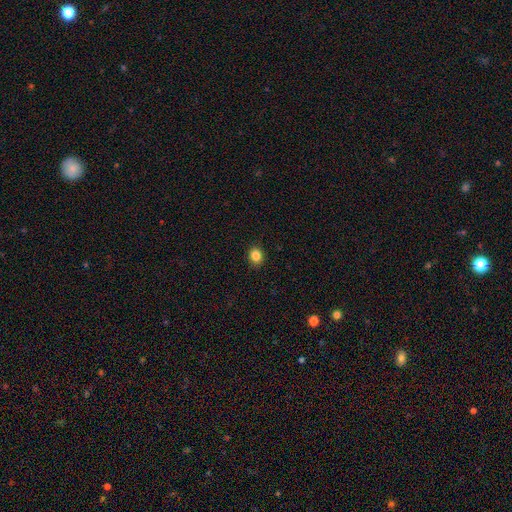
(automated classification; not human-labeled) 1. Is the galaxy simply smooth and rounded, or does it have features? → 85% smooth, 11% star or artifact, 4% featured or disk.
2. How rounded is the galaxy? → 68% round, 31% in between, 1% cigar-shaped.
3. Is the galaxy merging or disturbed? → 90% none, 7% minor disturbance, 2% major disturbance, 1% merger.